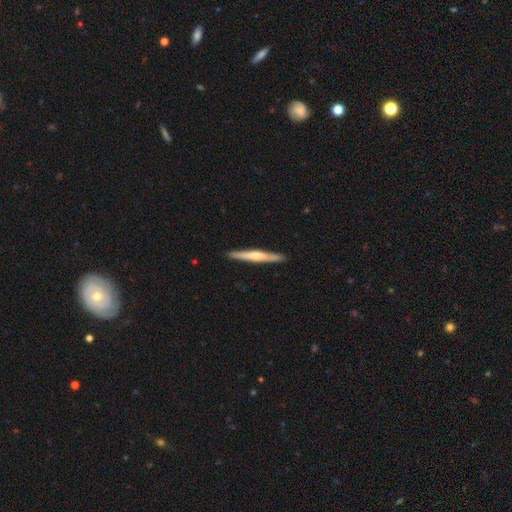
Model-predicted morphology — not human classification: Smooth or featured? featured or disk (53%)
Edge-on disk? yes (96%)
Edge-on bulge? rounded (67%)
Merging? none (91%)